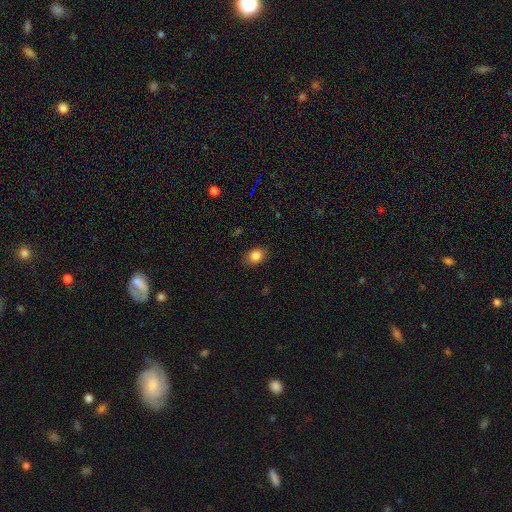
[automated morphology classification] The model was most divided on "how rounded": in between: 65%, round: 34%, cigar-shaped: 1%. More confident: merging — none (85%); smooth or featured — smooth (85%).